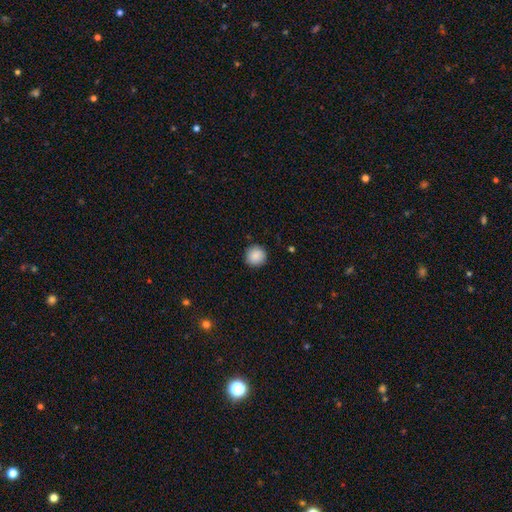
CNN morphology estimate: A smooth galaxy with no disk features (89%) that is round (94%).

Vote fractions:
- Smooth or featured? smooth: 89% / star or artifact: 8% / featured or disk: 3%
- How rounded? round: 94% / in between: 5% / cigar-shaped: 1%
- Merging? none: 90% / minor disturbance: 7% / major disturbance: 2% / merger: 1%